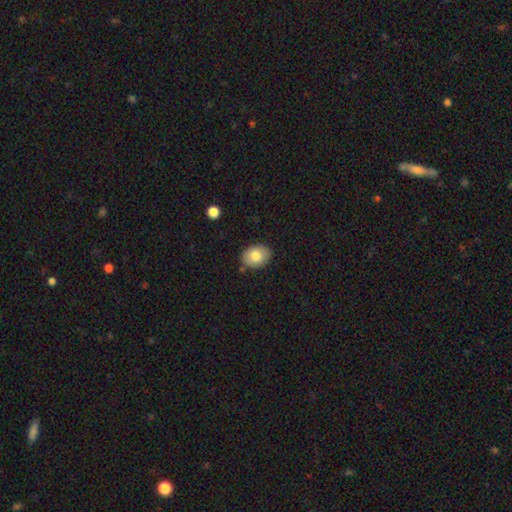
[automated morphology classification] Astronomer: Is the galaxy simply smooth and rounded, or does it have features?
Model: smooth — 79%.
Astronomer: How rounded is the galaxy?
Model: in between — 67%.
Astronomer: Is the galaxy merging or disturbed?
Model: none — 83%.